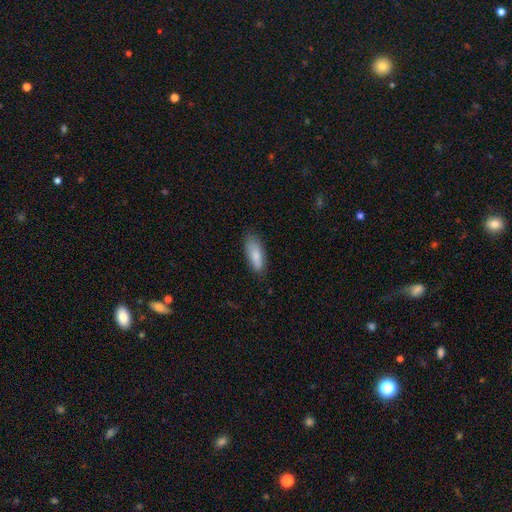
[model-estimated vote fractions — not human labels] smooth 82%, featured or disk 11%, star or artifact 6%. Down the decision tree: how rounded — in between (72%); merging — none (72%).